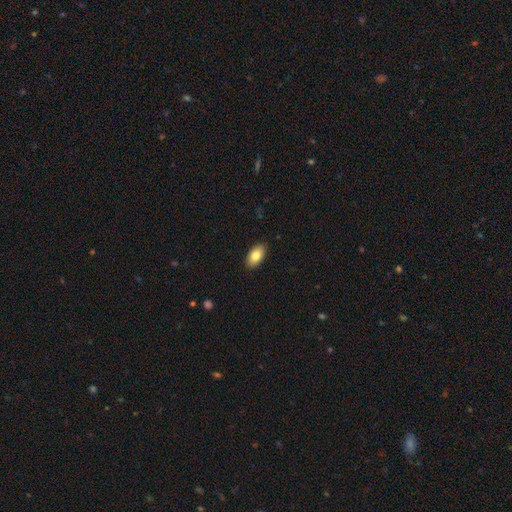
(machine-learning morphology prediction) Smooth or featured?
  - smooth: 82% *
  - featured or disk: 11%
  - star or artifact: 7%
How rounded?
  - in between: 93% *
  - round: 4%
  - cigar-shaped: 3%
Merging?
  - none: 89% *
  - minor disturbance: 8%
  - major disturbance: 2%
  - merger: 1%